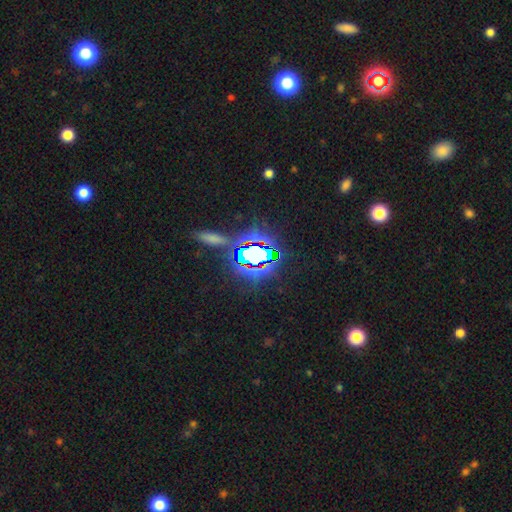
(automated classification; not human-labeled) smooth_or_featured: star or artifact (p=0.70) [alt: smooth p=0.18]